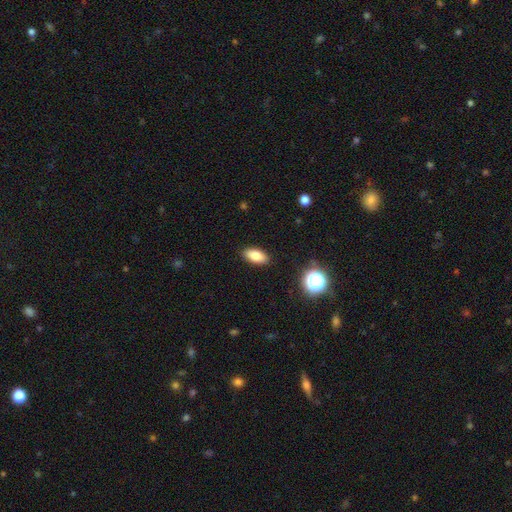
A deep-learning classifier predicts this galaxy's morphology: Smooth or featured? Predicted: smooth (p=0.81). How rounded? Predicted: in between (p=0.87). Merging? Predicted: none (p=0.89).